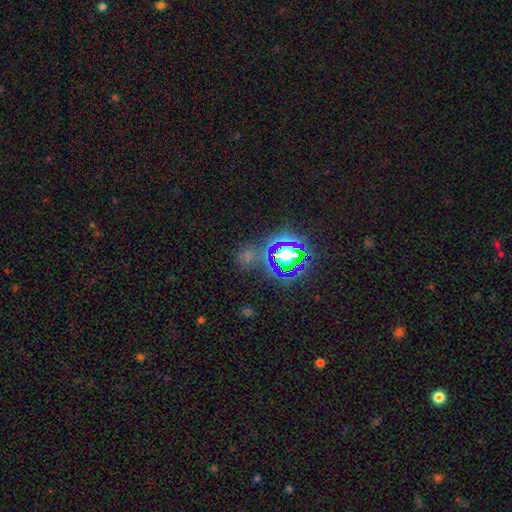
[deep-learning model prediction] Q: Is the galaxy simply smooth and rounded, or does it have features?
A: star or artifact — 77%.